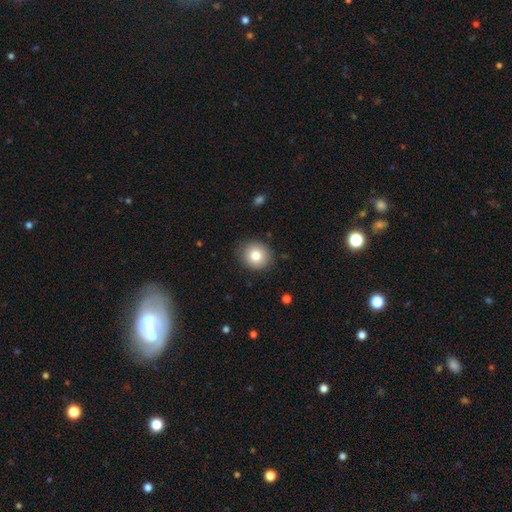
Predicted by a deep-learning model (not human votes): This appears to be a smooth galaxy with no disk features (80%) that is round (81%). Merging: none (86%).